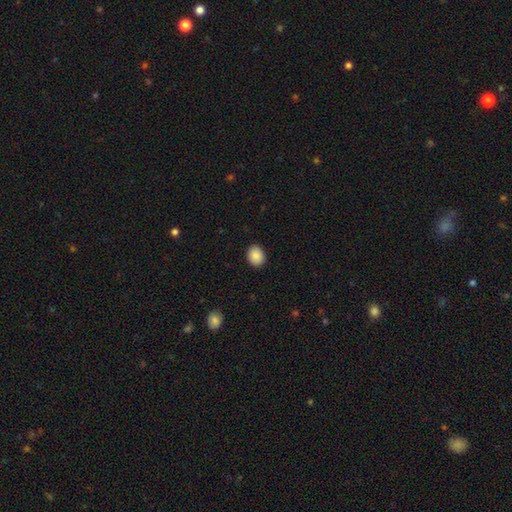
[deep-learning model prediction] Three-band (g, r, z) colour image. It shows a smooth galaxy with no disk features (89%) that is in between round and cigar-shaped (55%). Merging: none (90%).